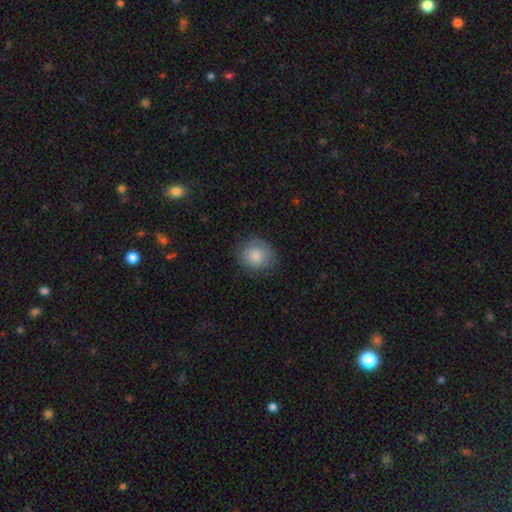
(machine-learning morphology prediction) A smooth galaxy with no disk features (82%) that is round (85%).

Vote fractions:
- Smooth or featured? smooth: 82% / featured or disk: 10% / star or artifact: 8%
- How rounded? round: 85% / in between: 14% / cigar-shaped: 1%
- Merging? none: 81% / minor disturbance: 14% / major disturbance: 4% / merger: 1%